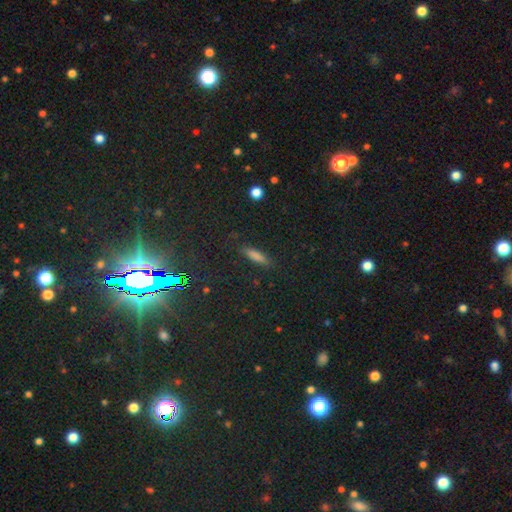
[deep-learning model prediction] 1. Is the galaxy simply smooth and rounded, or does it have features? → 69% smooth, 19% star or artifact, 12% featured or disk.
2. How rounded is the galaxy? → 70% cigar-shaped, 27% in between, 3% round.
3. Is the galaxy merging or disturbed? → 86% none, 10% minor disturbance, 3% major disturbance, 1% merger.